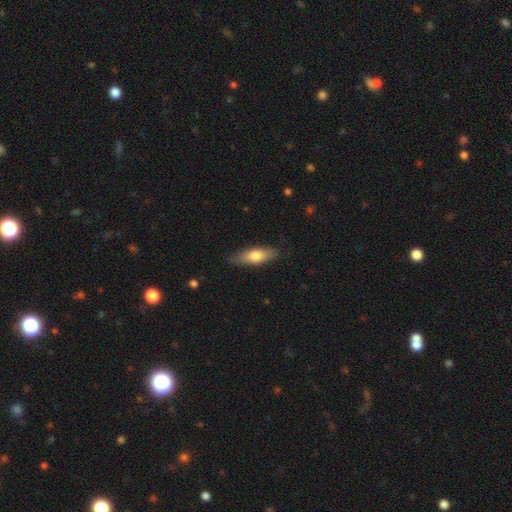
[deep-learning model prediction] Smooth or featured? smooth (68%)
How rounded? in between (58%)
Merging? none (81%)